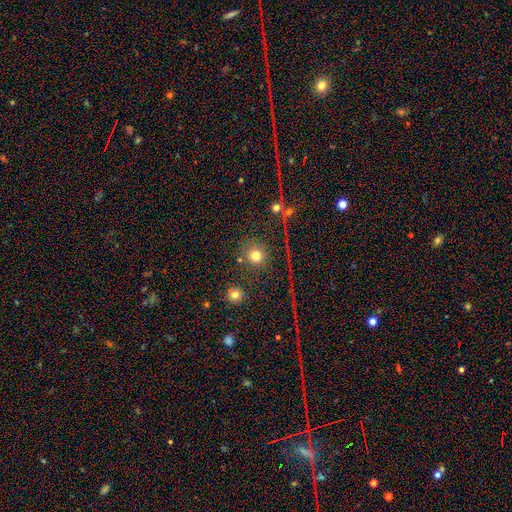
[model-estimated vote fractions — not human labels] Smooth or featured: smooth — 73% (star or artifact — 19%)
How rounded: round — 92% (in between — 7%)
Merging: none — 81% (minor disturbance — 8%)